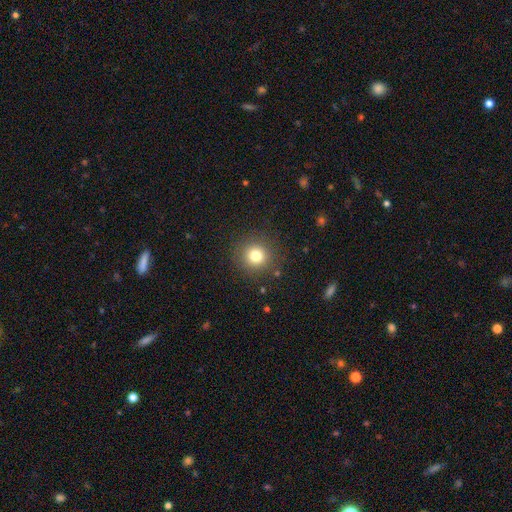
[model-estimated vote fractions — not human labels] Smooth or featured?
  - smooth: 79% *
  - star or artifact: 13%
  - featured or disk: 7%
How rounded?
  - round: 93% *
  - in between: 6%
  - cigar-shaped: 1%
Merging?
  - none: 89% *
  - minor disturbance: 7%
  - major disturbance: 3%
  - merger: 1%